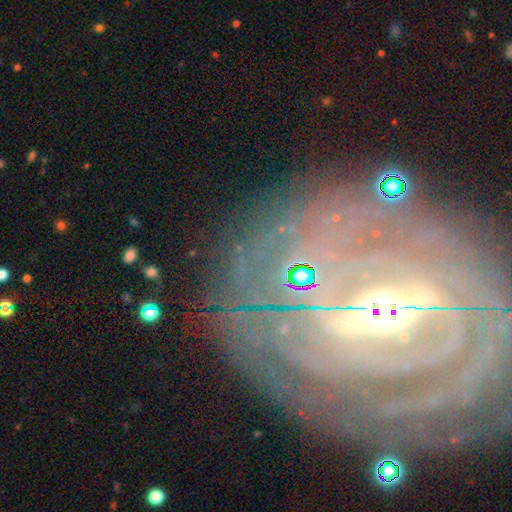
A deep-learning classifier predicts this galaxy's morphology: Smooth or featured? Predicted: featured or disk (p=0.82). Edge-on disk? Predicted: no (p=0.91). Bar? Predicted: strong (p=0.49). Spiral arms? Predicted: yes (p=0.80). Spiral winding? Predicted: tight (p=0.79). Spiral arm count? Predicted: can't tell (p=0.42). Bulge size? Predicted: moderate (p=0.60). Merging? Predicted: none (p=0.77).